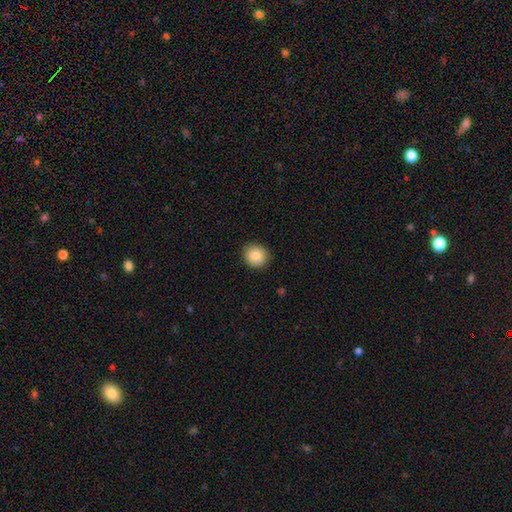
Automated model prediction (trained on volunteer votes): Q: Smooth or featured?
A: smooth (85%); runner-up: star or artifact (9%)
Q: How rounded?
A: round (87%); runner-up: in between (12%)
Q: Merging?
A: none (91%); runner-up: minor disturbance (7%)